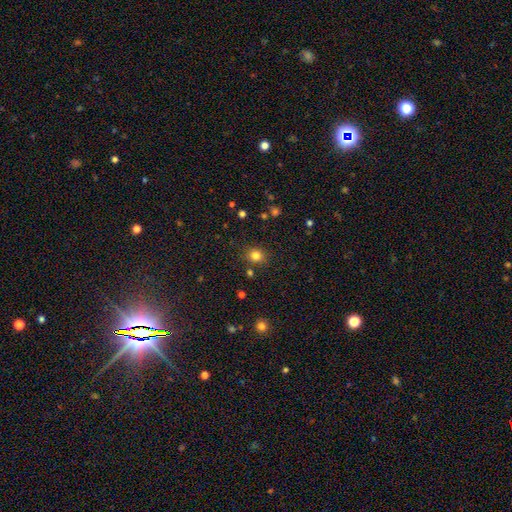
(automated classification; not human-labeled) smooth-or-featured: smooth: 80% | star or artifact: 14% | featured or disk: 6%
  how-rounded: round: 78% | in between: 21% | cigar-shaped: 1%
  merging: none: 84% | minor disturbance: 9% | merger: 4% | major disturbance: 3%